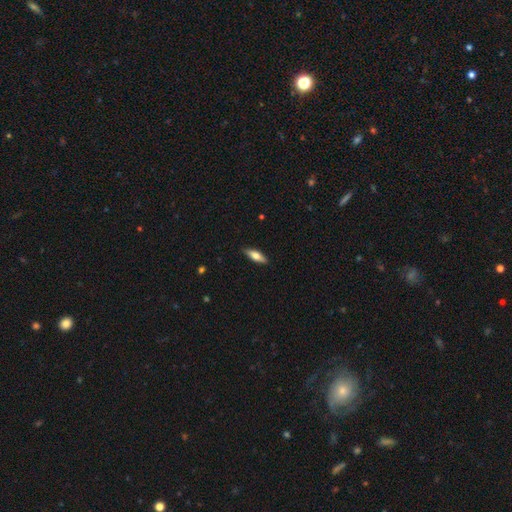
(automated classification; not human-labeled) smooth 58%, featured or disk 36%, star or artifact 6%. Down the decision tree: how rounded — in between (50%); merging — none (88%).